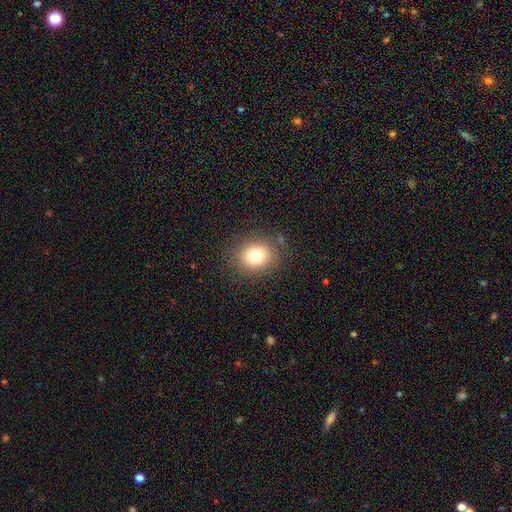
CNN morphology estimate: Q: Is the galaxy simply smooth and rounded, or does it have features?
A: smooth — 77%.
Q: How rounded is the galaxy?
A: round — 70%.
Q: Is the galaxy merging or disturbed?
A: none — 85%.